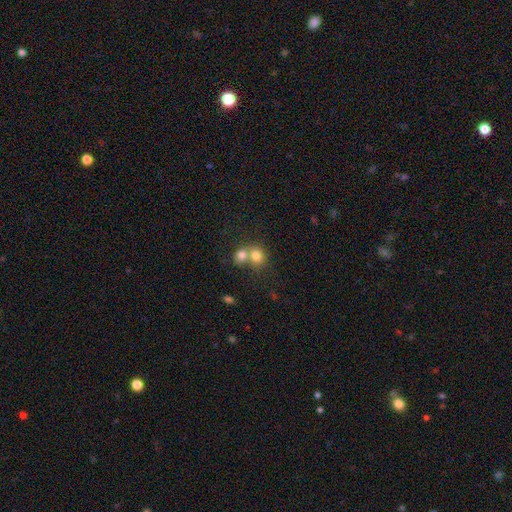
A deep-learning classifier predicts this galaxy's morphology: Q: Smooth or featured?
A: smooth (78%); runner-up: featured or disk (11%)
Q: How rounded?
A: round (71%); runner-up: in between (28%)
Q: Merging?
A: merger (60%); runner-up: none (31%)